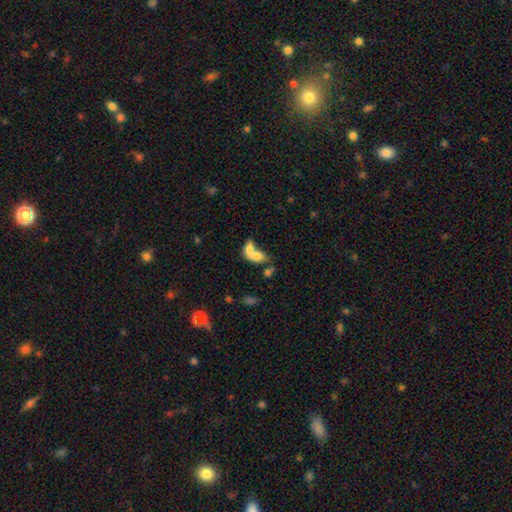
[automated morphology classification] smooth-or-featured: smooth: 70% | featured or disk: 21% | star or artifact: 9%
  how-rounded: in between: 82% | round: 13% | cigar-shaped: 4%
  merging: merger: 75% | none: 14% | minor disturbance: 6% | major disturbance: 5%